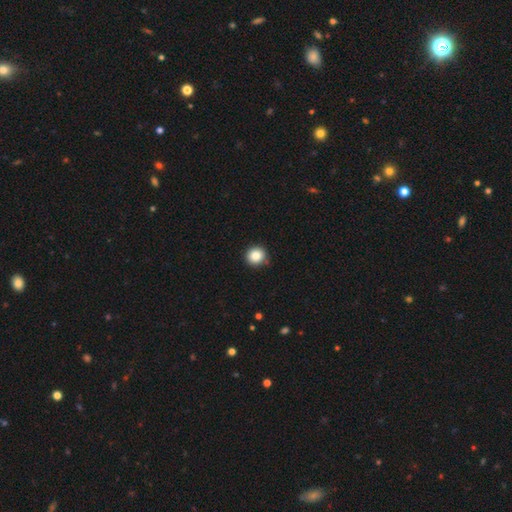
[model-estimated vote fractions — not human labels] Smooth or featured: smooth — 85% (star or artifact — 10%)
How rounded: round — 91% (in between — 8%)
Merging: none — 87% (minor disturbance — 9%)